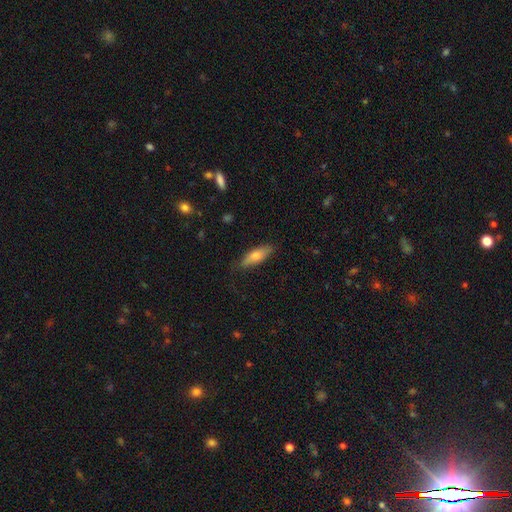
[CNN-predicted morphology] Smooth or featured?
  - smooth: 72% *
  - featured or disk: 22%
  - star or artifact: 6%
How rounded?
  - in between: 54% *
  - cigar-shaped: 44%
  - round: 2%
Merging?
  - none: 78% *
  - minor disturbance: 17%
  - major disturbance: 3%
  - merger: 1%